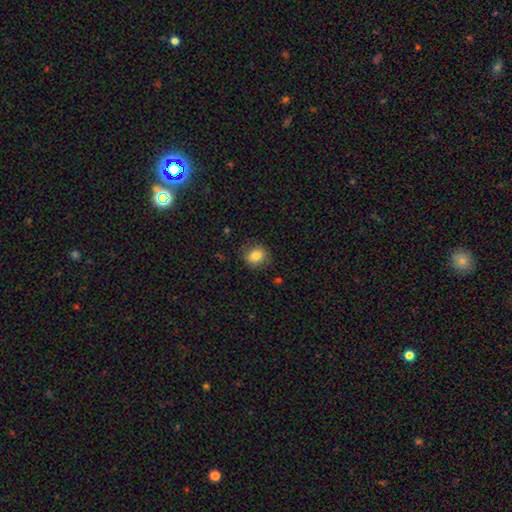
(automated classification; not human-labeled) Smooth or featured: smooth — 80% (featured or disk — 10%)
How rounded: round — 67% (in between — 32%)
Merging: none — 79% (minor disturbance — 16%)